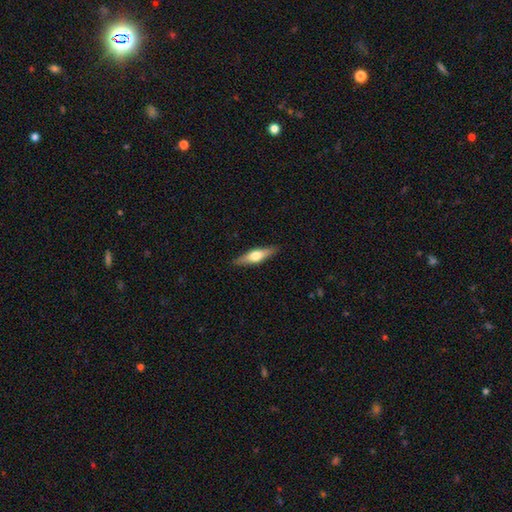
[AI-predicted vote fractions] featured or disk 55%, smooth 40%, star or artifact 6%. Down the decision tree: edge-on disk — yes (95%); edge-on bulge — rounded (93%); merging — none (89%).